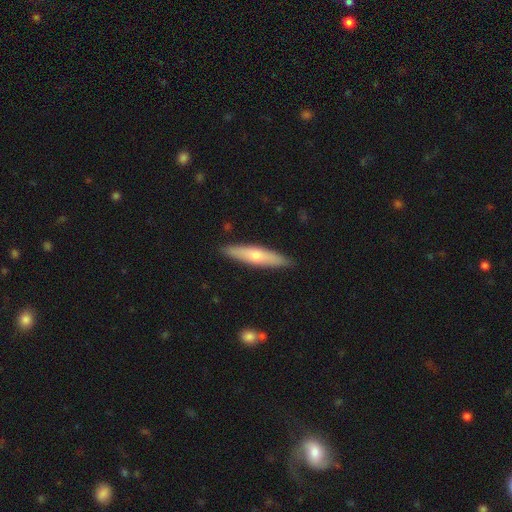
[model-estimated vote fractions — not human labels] This appears to be a smooth galaxy with no disk features (47%). Merging: none (90%).